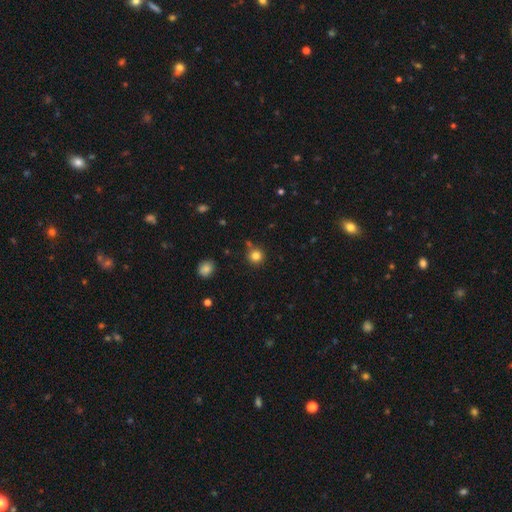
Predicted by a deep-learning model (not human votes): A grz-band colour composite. It shows a smooth galaxy with no disk features (82%) that is round (93%). Merging: none (82%).